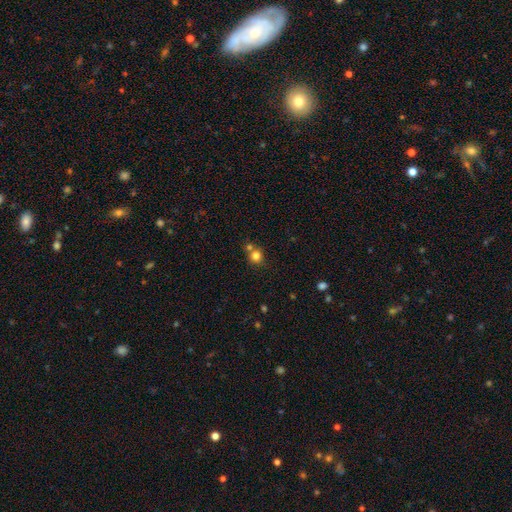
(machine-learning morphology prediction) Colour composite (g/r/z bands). It shows a smooth galaxy with no disk features (80%) that is round (87%). Merging: none (61%).